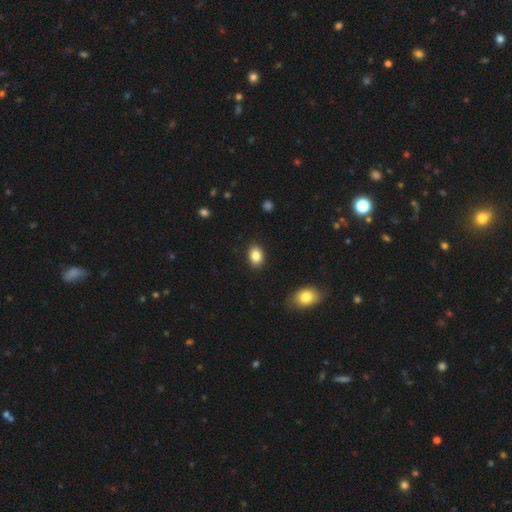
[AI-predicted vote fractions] Smooth or featured: smooth — 86% (star or artifact — 9%)
How rounded: in between — 76% (round — 23%)
Merging: none — 89% (minor disturbance — 8%)